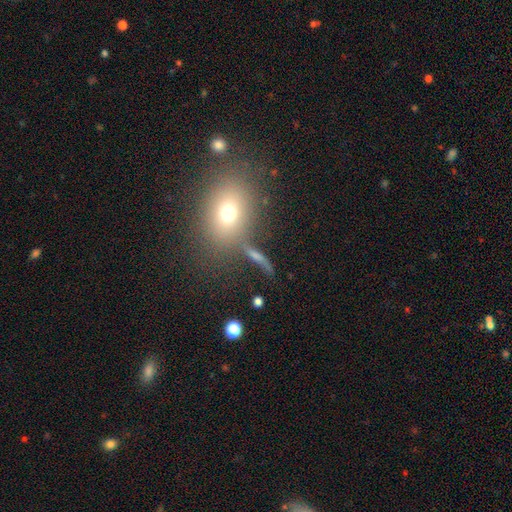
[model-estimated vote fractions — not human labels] Smooth or featured?
  - smooth: 48% *
  - featured or disk: 31%
  - star or artifact: 21%
Merging?
  - none: 66% *
  - minor disturbance: 14%
  - merger: 12%
  - major disturbance: 8%